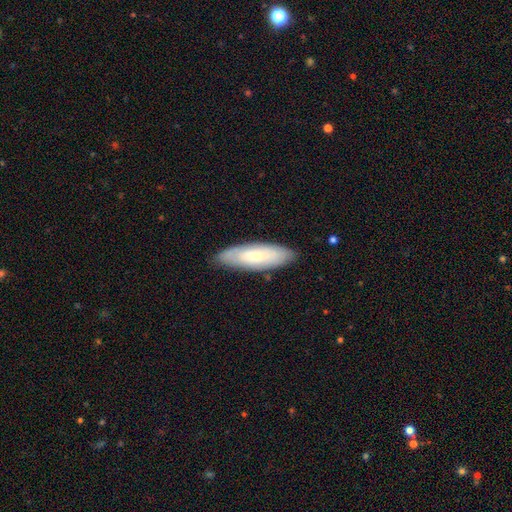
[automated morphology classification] A smooth galaxy with no disk features (61%) that is in between round and cigar-shaped (53%). Merging: none (86%).